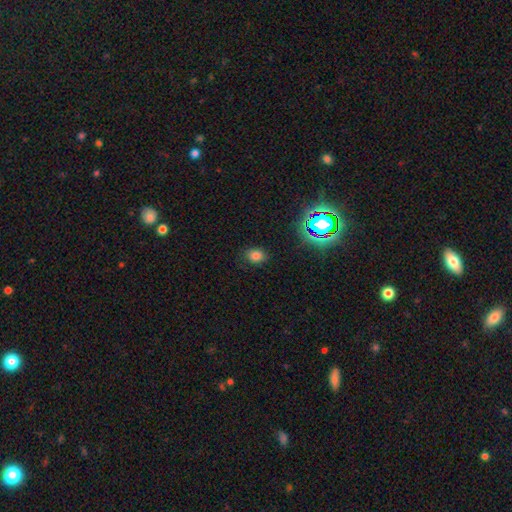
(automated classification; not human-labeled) Q: Smooth or featured?
A: smooth (75%); runner-up: star or artifact (19%)
Q: How rounded?
A: in between (53%); runner-up: round (45%)
Q: Merging?
A: none (82%); runner-up: minor disturbance (13%)